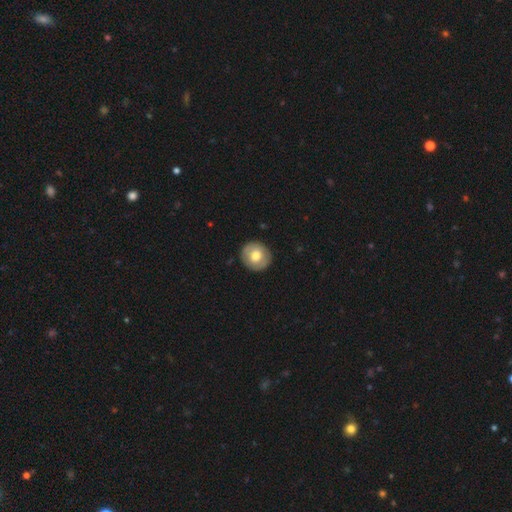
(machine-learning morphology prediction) A smooth galaxy with no disk features (69%) that is round (90%). Merging: none (89%).